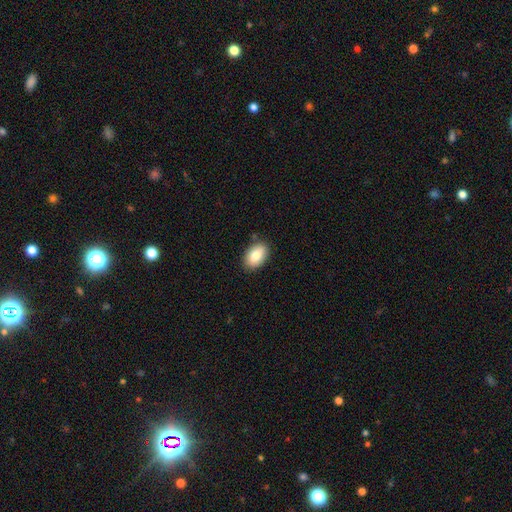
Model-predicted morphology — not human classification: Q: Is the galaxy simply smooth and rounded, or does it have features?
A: smooth — 82%.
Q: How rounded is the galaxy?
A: in between — 91%.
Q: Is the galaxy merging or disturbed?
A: none — 85%.